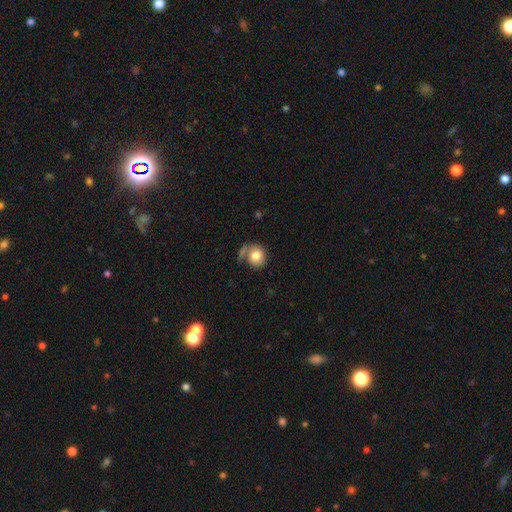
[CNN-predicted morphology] smooth-or-featured: smooth: 76% | featured or disk: 17% | star or artifact: 7%
  how-rounded: round: 79% | in between: 20% | cigar-shaped: 1%
  merging: none: 46% | minor disturbance: 19% | major disturbance: 18% | merger: 16%